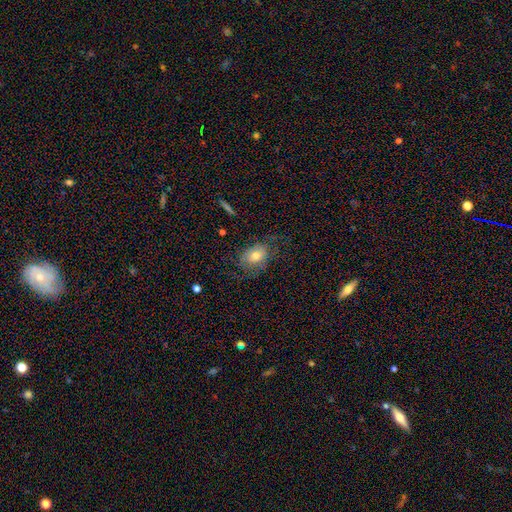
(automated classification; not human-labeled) smooth-or-featured: smooth: 64% | featured or disk: 26% | star or artifact: 10%
  how-rounded: in between: 73% | round: 25% | cigar-shaped: 2%
  merging: none: 55% | minor disturbance: 23% | major disturbance: 20% | merger: 2%